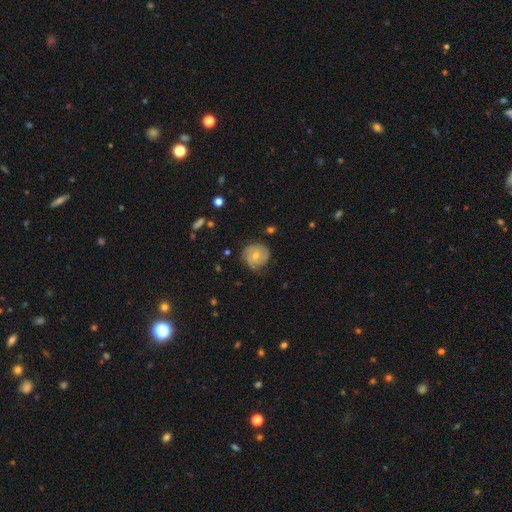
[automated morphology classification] A featured or disk galaxy (54%) with no bar (63%), spiral arms (75%) and a moderate central bulge (57%).

Vote fractions:
- Smooth or featured? featured or disk: 54% / smooth: 39% / star or artifact: 8%
- Edge-on disk? no: 97% / yes: 3%
- Bar? no: 63% / weak: 30% / strong: 6%
- Spiral arms? yes: 75% / no: 25%
- Bulge size? moderate: 57% / small: 39% / large: 2% / none: 1% / dominant: 1%
- Merging? none: 72% / minor disturbance: 22% / major disturbance: 5% / merger: 1%